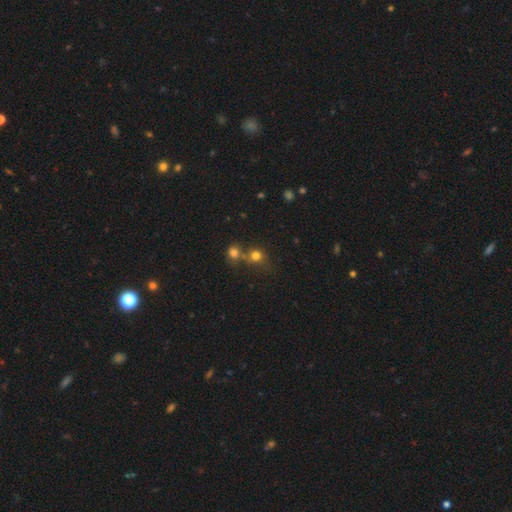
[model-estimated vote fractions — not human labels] A smooth galaxy with no disk features (74%) that is round (85%). Merging: none (51%).